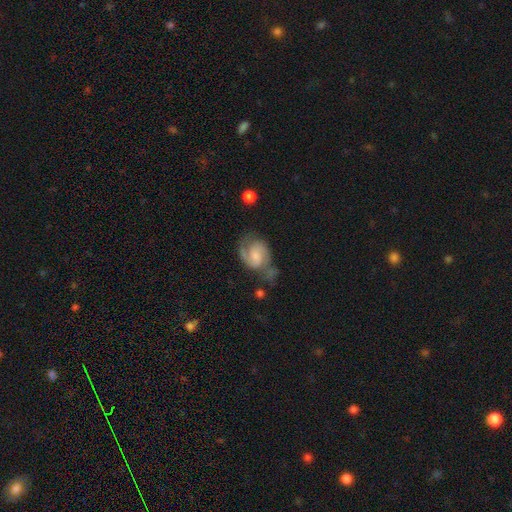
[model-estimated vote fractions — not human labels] This appears to be a featured or disk galaxy (74%) with no bar (46%), 2 (85%) medium (53%) spiral arms (93%) and a moderate central bulge (34%). Merging: none (47%).